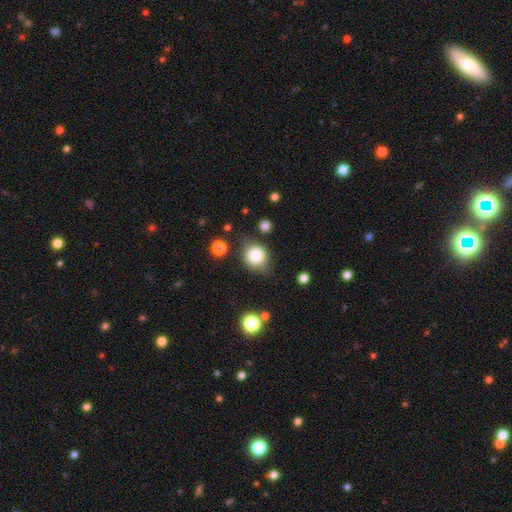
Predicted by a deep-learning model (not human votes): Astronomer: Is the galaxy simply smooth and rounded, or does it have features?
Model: smooth — 81%.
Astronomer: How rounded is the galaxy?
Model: round — 74%.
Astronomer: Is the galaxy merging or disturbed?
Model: none — 70%.